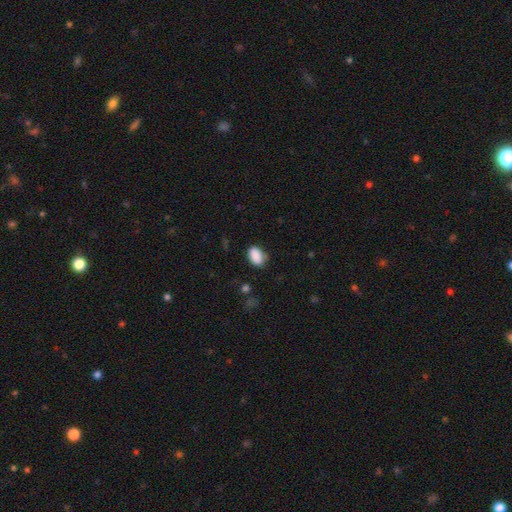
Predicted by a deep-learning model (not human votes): smooth 88%, star or artifact 8%, featured or disk 4%. Down the decision tree: how rounded — in between (88%); merging — none (74%).